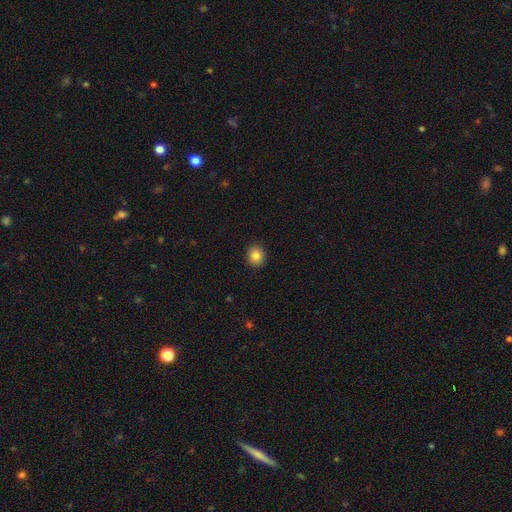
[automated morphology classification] Smooth or featured: smooth — 84% (star or artifact — 10%)
How rounded: round — 76% (in between — 23%)
Merging: none — 91% (minor disturbance — 6%)